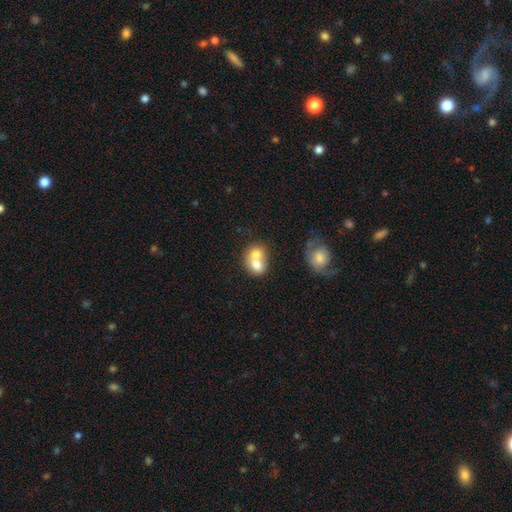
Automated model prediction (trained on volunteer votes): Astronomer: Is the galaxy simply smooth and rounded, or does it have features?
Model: smooth — 69%.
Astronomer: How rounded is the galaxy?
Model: round — 57% (runner-up: in between, 43%).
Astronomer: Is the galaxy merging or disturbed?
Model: merger — 72%.